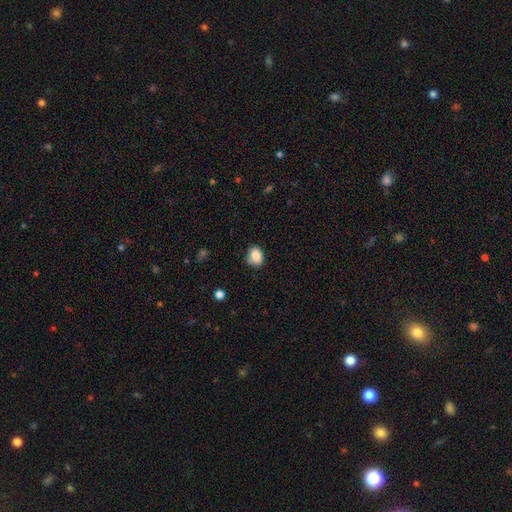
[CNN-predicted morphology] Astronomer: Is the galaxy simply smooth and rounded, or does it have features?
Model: smooth — 85%.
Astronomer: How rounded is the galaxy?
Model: in between — 52% (runner-up: round, 47%).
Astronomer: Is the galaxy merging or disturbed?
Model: none — 73%.